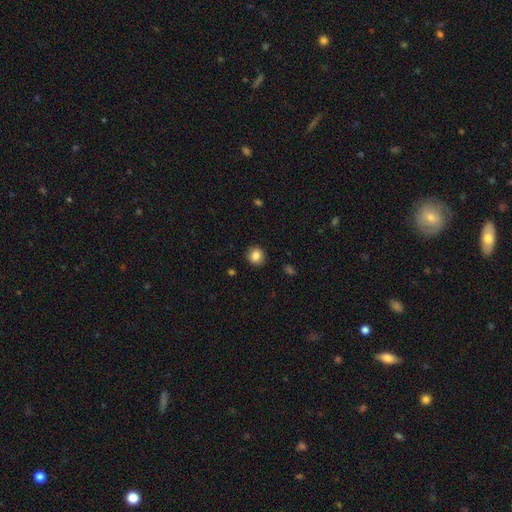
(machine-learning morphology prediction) Overall: smooth (86%). How rounded: round (90%). Merging: none (91%).